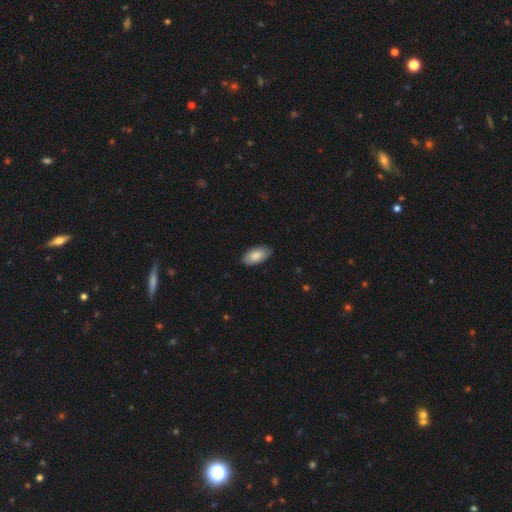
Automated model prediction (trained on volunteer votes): Smooth or featured? smooth (86%)
How rounded? in between (93%)
Merging? none (86%)